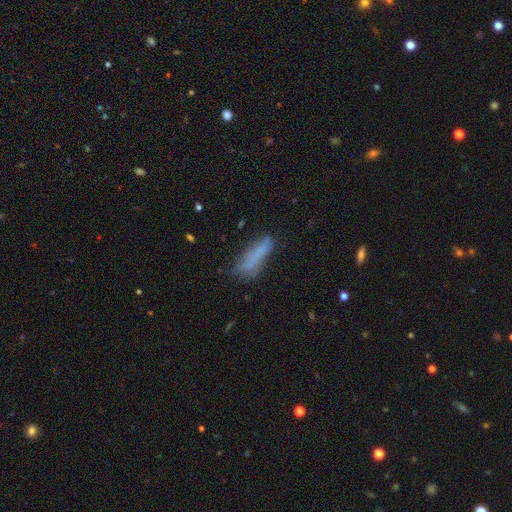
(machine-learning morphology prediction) smooth 69%, featured or disk 19%, star or artifact 11%. Down the decision tree: how rounded — cigar-shaped (66%); merging — none (56%).